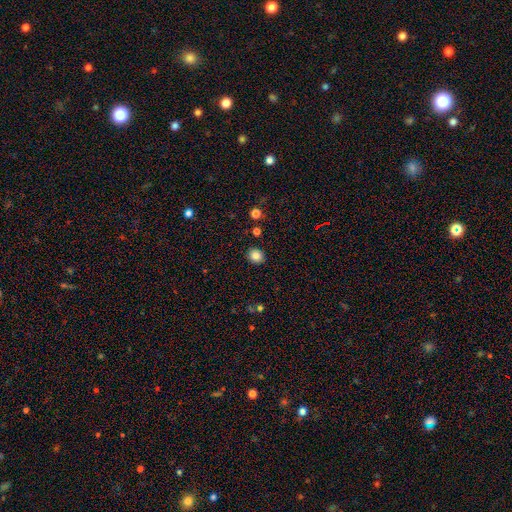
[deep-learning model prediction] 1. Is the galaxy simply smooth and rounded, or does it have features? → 84% smooth, 11% star or artifact, 5% featured or disk.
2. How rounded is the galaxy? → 76% round, 23% in between, 1% cigar-shaped.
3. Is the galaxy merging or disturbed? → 90% none, 6% minor disturbance, 2% major disturbance, 2% merger.